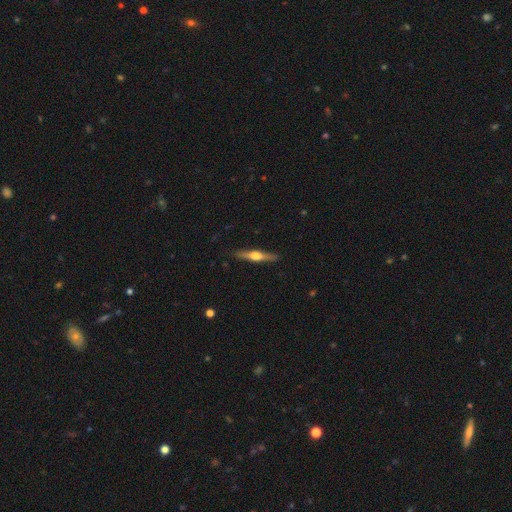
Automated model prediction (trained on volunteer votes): Smooth or featured?
  - featured or disk: 67% *
  - smooth: 28%
  - star or artifact: 5%
Edge-on disk?
  - yes: 97% *
  - no: 3%
Edge-on bulge?
  - rounded: 93% *
  - boxy: 4%
  - none: 3%
Merging?
  - none: 90% *
  - minor disturbance: 8%
  - major disturbance: 2%
  - merger: 1%